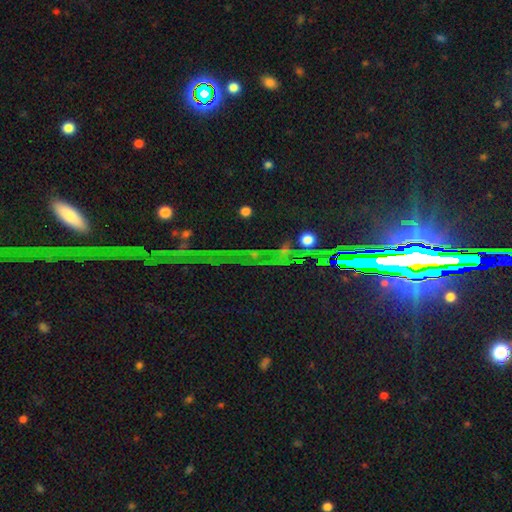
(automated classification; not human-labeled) This appears to be a star or artifact, not a galaxy (78%).